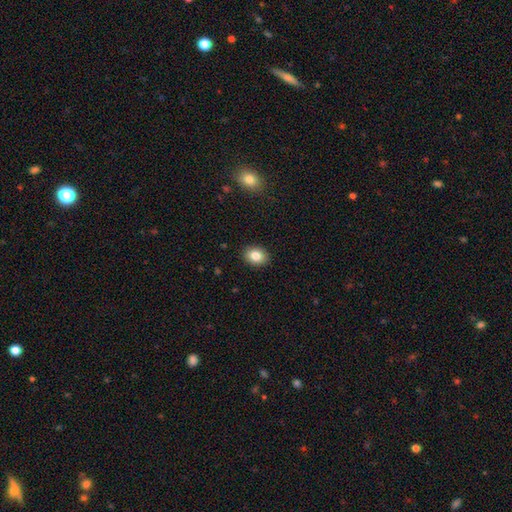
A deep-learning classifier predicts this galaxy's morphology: smooth_or_featured: smooth (p=0.84) [alt: star or artifact p=0.09]
how_rounded: in between (p=0.62) [alt: round p=0.37]
merging: none (p=0.90) [alt: minor disturbance p=0.07]